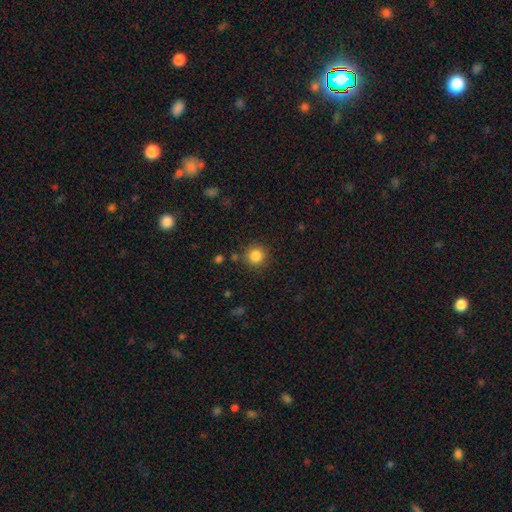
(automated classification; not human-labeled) This appears to be a smooth galaxy with no disk features (85%) that is round (93%). Merging: none (87%).